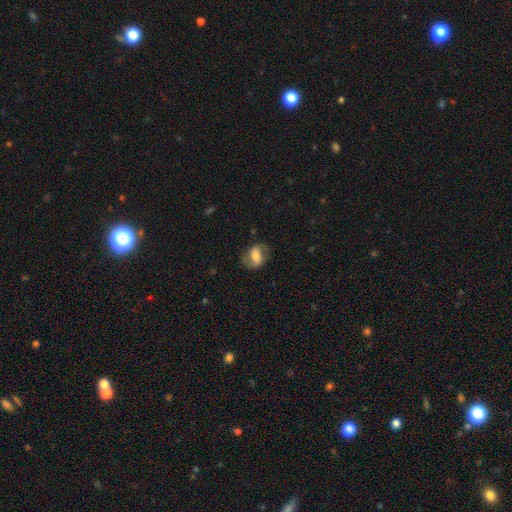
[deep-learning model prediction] A smooth galaxy with no disk features (47%).

Vote fractions:
- Smooth or featured? smooth: 47% / featured or disk: 45% / star or artifact: 8%
- Merging? none: 70% / minor disturbance: 19% / major disturbance: 10% / merger: 1%